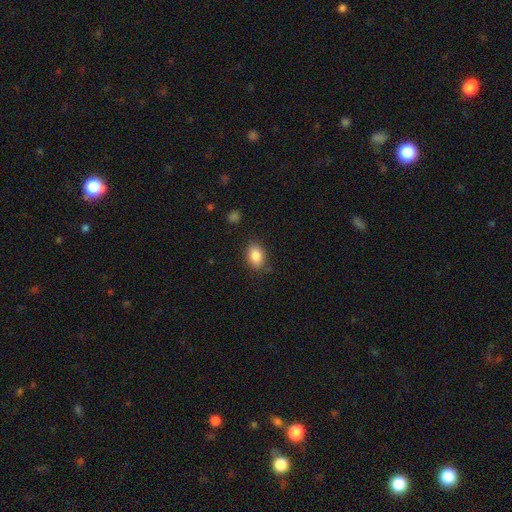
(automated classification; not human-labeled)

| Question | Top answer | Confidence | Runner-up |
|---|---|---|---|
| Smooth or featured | smooth | 86% | star or artifact (8%) |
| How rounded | in between | 84% | round (15%) |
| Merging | none | 82% | minor disturbance (13%) |